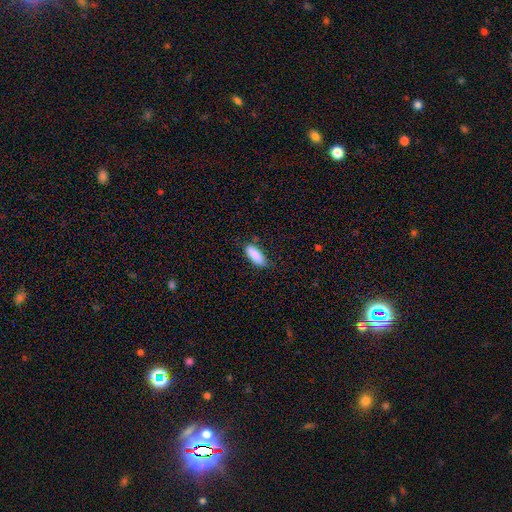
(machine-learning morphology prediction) This is clearly a smooth galaxy (89%). How rounded: likely in between (69%). Merging: likely none (79%).